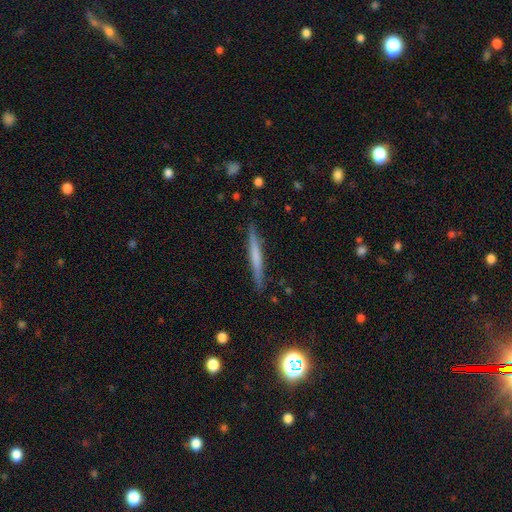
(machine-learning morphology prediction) A smooth galaxy with no disk features (52%) that is cigar-shaped (96%).

Vote fractions:
- Smooth or featured? smooth: 52% / featured or disk: 42% / star or artifact: 6%
- How rounded? cigar-shaped: 96% / in between: 2% / round: 1%
- Merging? none: 89% / minor disturbance: 8% / major disturbance: 2% / merger: 1%